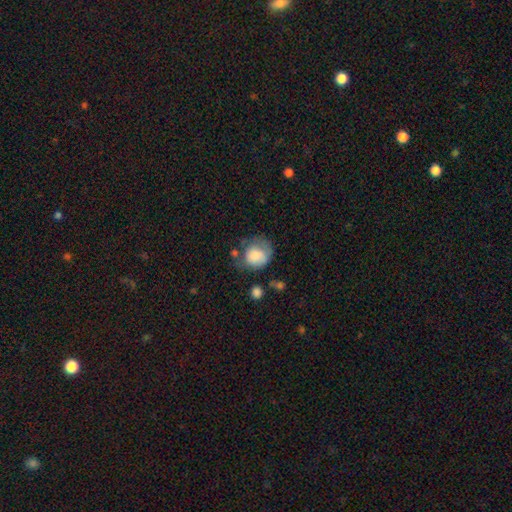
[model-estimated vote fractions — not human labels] The model was most divided on "merging": none: 39%, minor disturbance: 31%, major disturbance: 24%, merger: 6%. More confident: smooth or featured — smooth (77%); how rounded — round (69%).